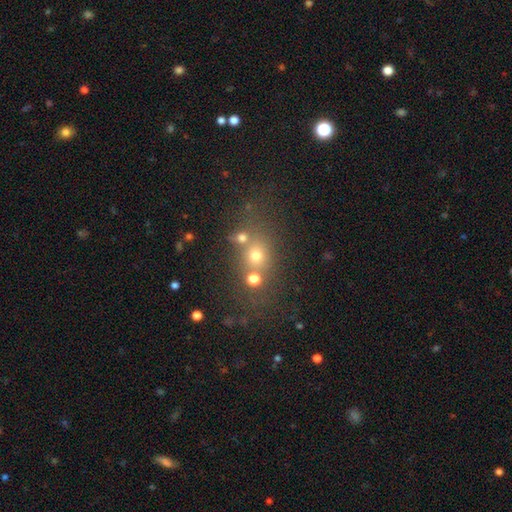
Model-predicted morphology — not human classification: Overall: smooth (55%; star or artifact 28%). How rounded: round (66%; in between 31%). Merging: none (56%; merger 28%).